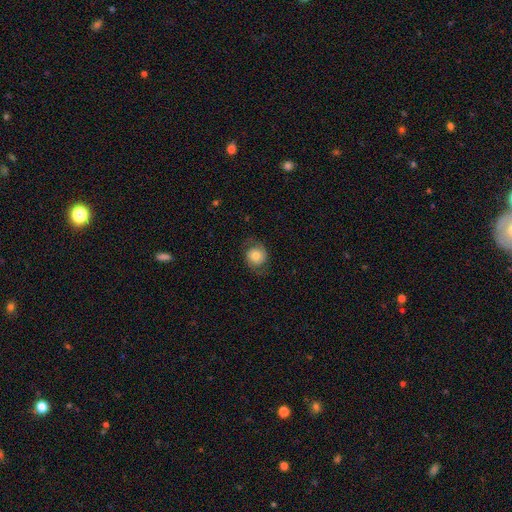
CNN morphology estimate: type=featured or disk (47%); merging=none (74%).